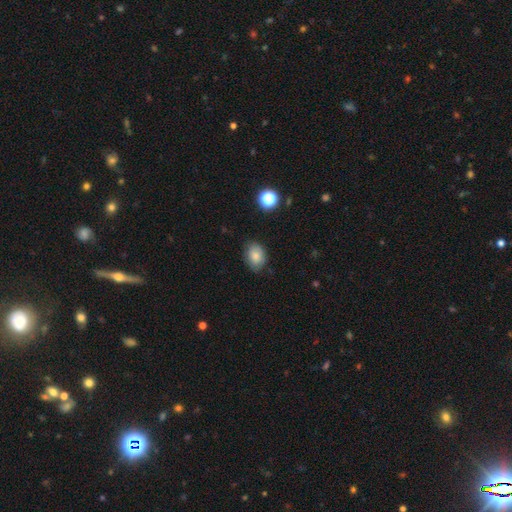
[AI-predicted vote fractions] Morphology: type=smooth (81%); roundness=in between (73%); merging=none (79%).